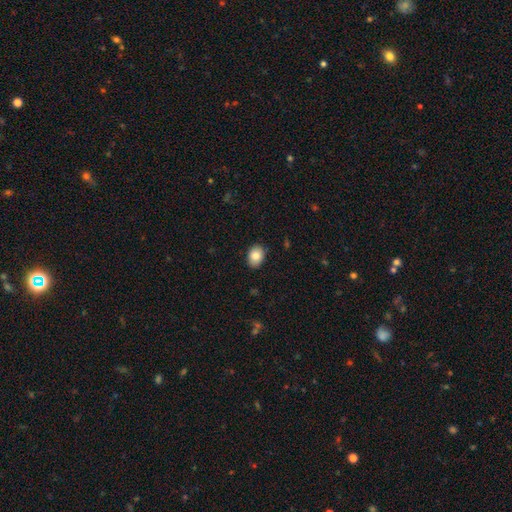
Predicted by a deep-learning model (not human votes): Overall: smooth (85%). How rounded: in between (73%). Merging: none (86%).